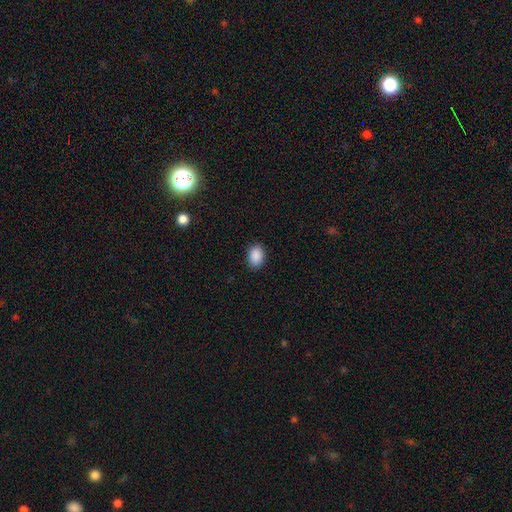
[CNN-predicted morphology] smooth-or-featured: smooth: 90% | star or artifact: 8% | featured or disk: 3%
  how-rounded: in between: 80% | round: 19% | cigar-shaped: 1%
  merging: none: 88% | minor disturbance: 9% | major disturbance: 2% | merger: 1%